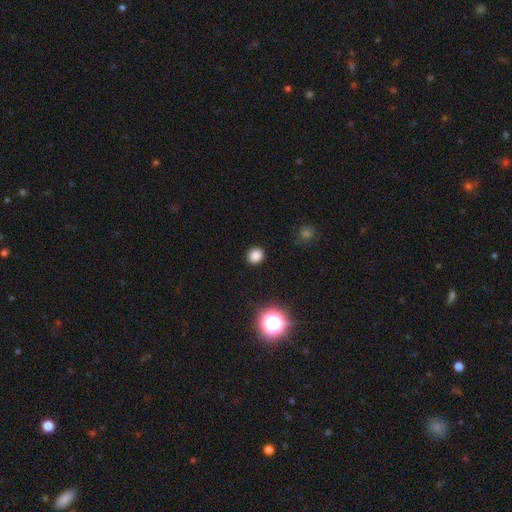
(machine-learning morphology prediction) This is clearly a smooth galaxy (82%). How rounded: clearly round (88%). Merging: clearly none (91%).